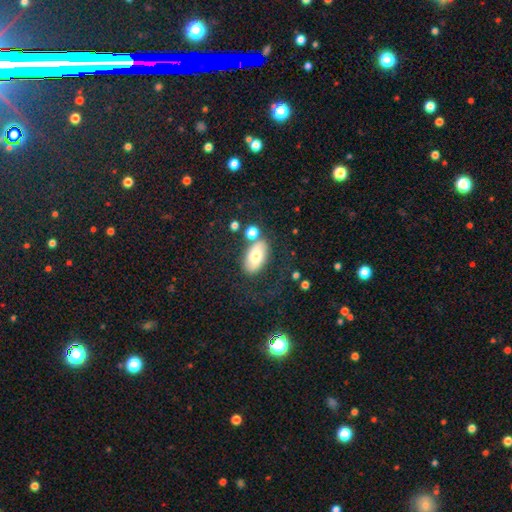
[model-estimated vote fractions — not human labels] Smooth or featured?
  - smooth: 67% *
  - featured or disk: 25%
  - star or artifact: 8%
How rounded?
  - in between: 92% *
  - round: 6%
  - cigar-shaped: 2%
Merging?
  - none: 66% *
  - minor disturbance: 15%
  - merger: 11%
  - major disturbance: 8%